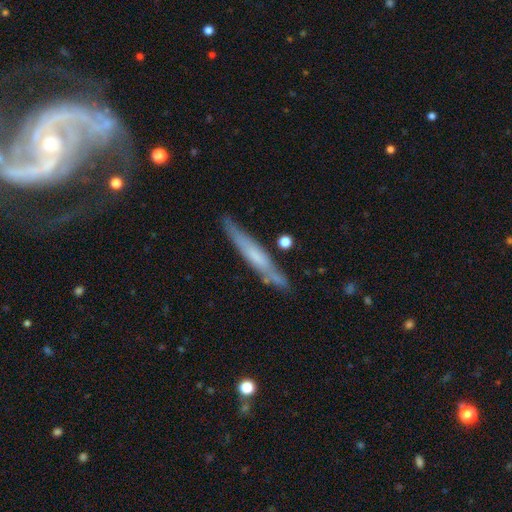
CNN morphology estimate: Overall: featured or disk (48%; smooth 46%). Merging: none (80%).